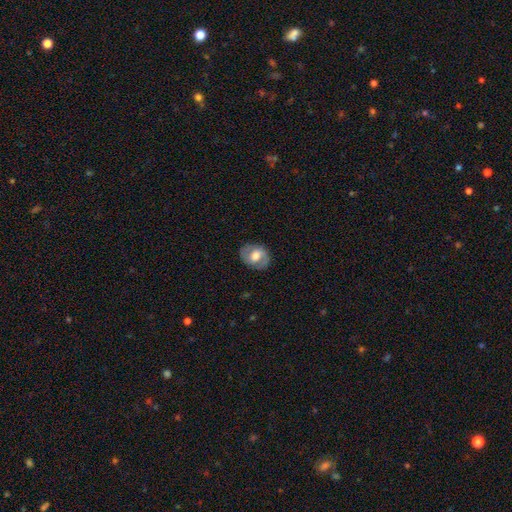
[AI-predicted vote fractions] Smooth or featured?
  - featured or disk: 53% *
  - smooth: 40%
  - star or artifact: 7%
Edge-on disk?
  - no: 96% *
  - yes: 4%
Bar?
  - no: 45% *
  - weak: 40%
  - strong: 15%
Spiral arms?
  - yes: 64% *
  - no: 36%
Bulge size?
  - moderate: 58% *
  - large: 30%
  - small: 8%
  - dominant: 2%
  - none: 2%
Merging?
  - none: 81% *
  - minor disturbance: 13%
  - major disturbance: 5%
  - merger: 1%